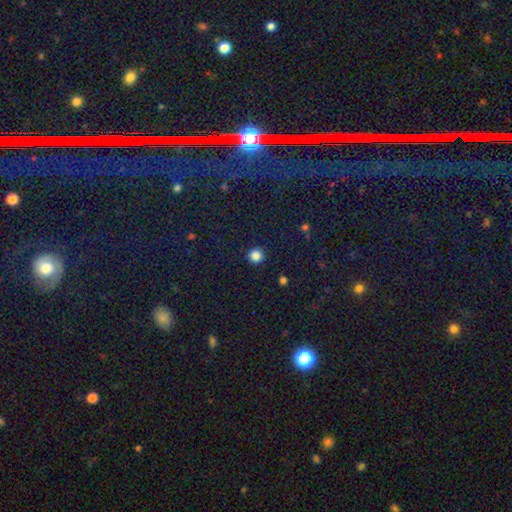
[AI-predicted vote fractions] Morphology: type=smooth (85%); roundness=round (94%); merging=none (92%).